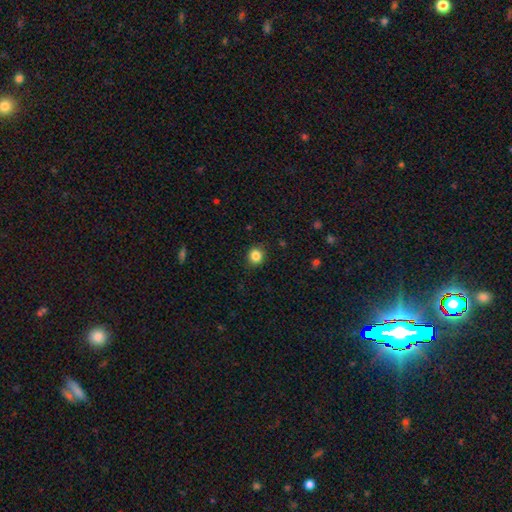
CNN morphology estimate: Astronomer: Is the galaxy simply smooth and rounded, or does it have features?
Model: smooth — 85%.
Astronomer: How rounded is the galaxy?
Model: round — 85%.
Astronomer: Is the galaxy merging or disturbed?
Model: none — 89%.